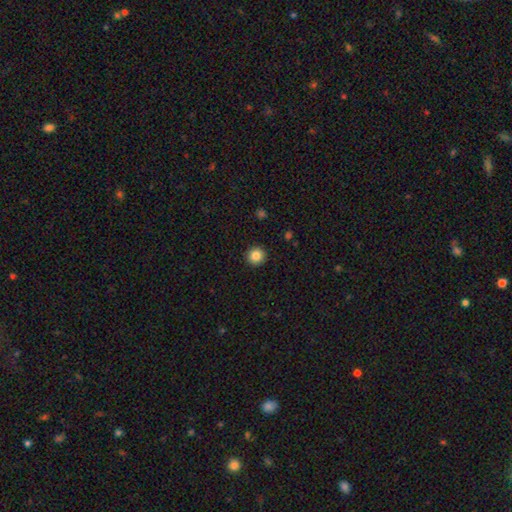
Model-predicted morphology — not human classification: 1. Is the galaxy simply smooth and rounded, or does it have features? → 86% smooth, 10% star or artifact, 4% featured or disk.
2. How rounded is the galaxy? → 94% round, 5% in between, 1% cigar-shaped.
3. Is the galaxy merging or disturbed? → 92% none, 5% minor disturbance, 2% major disturbance, 1% merger.